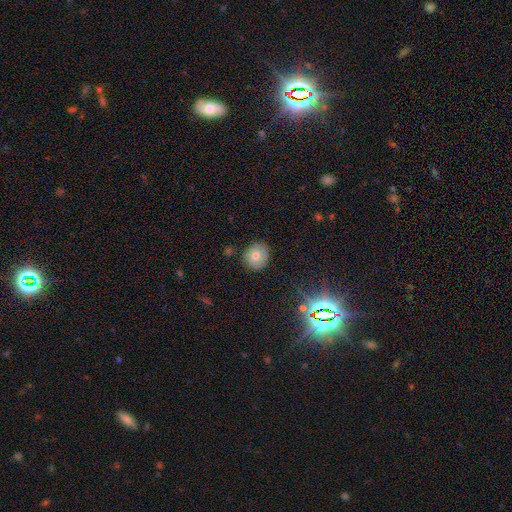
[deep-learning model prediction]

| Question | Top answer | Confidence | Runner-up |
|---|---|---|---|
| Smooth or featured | smooth | 66% | featured or disk (21%) |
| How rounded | round | 84% | in between (15%) |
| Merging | none | 84% | minor disturbance (12%) |